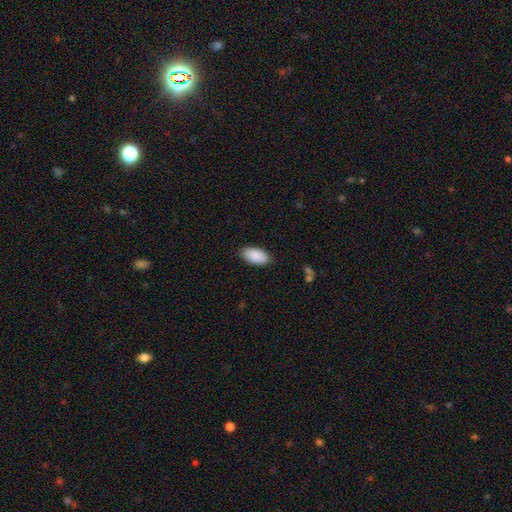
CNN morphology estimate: smooth-or-featured: smooth: 91% | star or artifact: 6% | featured or disk: 3%
  how-rounded: in between: 95% | cigar-shaped: 3% | round: 2%
  merging: none: 87% | minor disturbance: 10% | major disturbance: 2% | merger: 1%